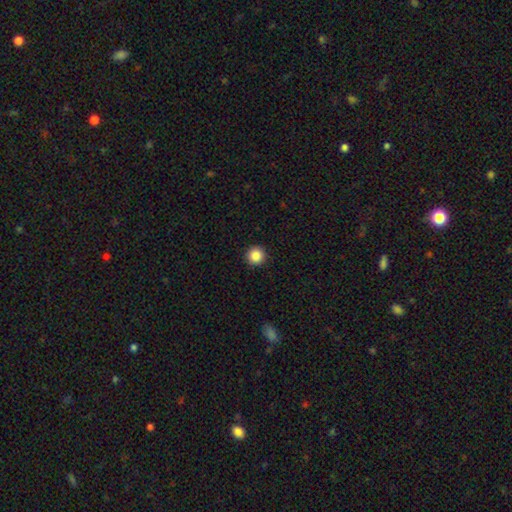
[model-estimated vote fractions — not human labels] The model was most divided on "smooth or featured": smooth: 87%, star or artifact: 10%, featured or disk: 3%. More confident: how rounded — round (96%); merging — none (93%).